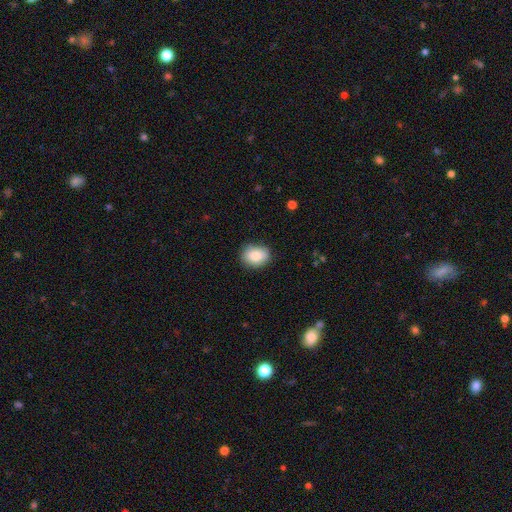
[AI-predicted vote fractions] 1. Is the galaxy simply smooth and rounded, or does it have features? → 85% smooth, 8% star or artifact, 7% featured or disk.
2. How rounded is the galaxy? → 60% in between, 39% round, 1% cigar-shaped.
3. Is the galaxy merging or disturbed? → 82% none, 14% minor disturbance, 3% major disturbance, 1% merger.